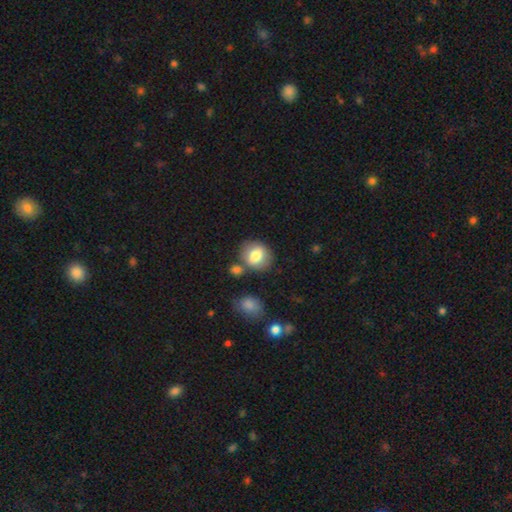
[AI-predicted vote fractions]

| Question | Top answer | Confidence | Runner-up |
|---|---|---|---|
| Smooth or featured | smooth | 75% | featured or disk (17%) |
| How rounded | round | 67% | in between (32%) |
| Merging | none | 71% | minor disturbance (13%) |